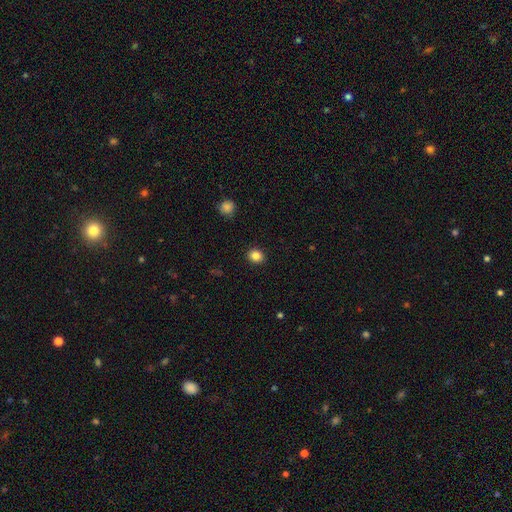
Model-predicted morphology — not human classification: smooth-or-featured: smooth: 85% | star or artifact: 11% | featured or disk: 4%
  how-rounded: round: 74% | in between: 25% | cigar-shaped: 1%
  merging: none: 91% | minor disturbance: 6% | major disturbance: 2% | merger: 1%